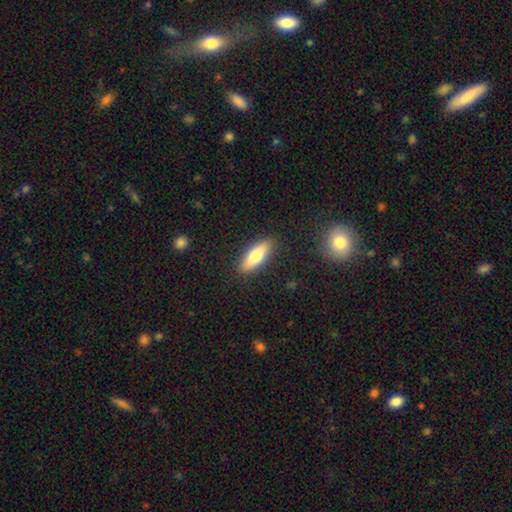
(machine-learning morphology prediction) Q: Smooth or featured?
A: smooth (70%); runner-up: featured or disk (24%)
Q: How rounded?
A: in between (62%); runner-up: cigar-shaped (35%)
Q: Merging?
A: none (88%); runner-up: minor disturbance (9%)